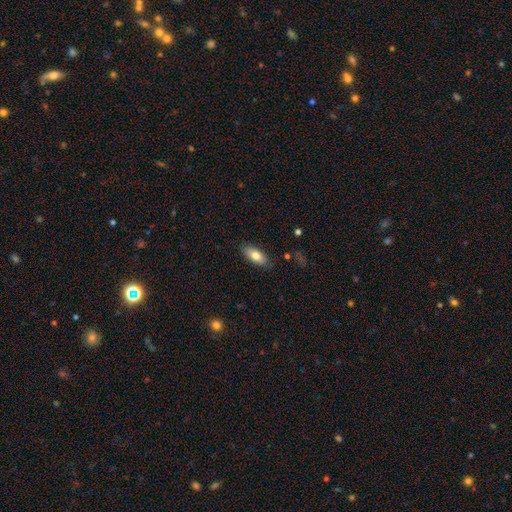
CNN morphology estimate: smooth_or_featured: smooth (p=0.77) [alt: featured or disk p=0.17]
how_rounded: in between (p=0.85) [alt: cigar-shaped p=0.12]
merging: none (p=0.84) [alt: minor disturbance p=0.12]